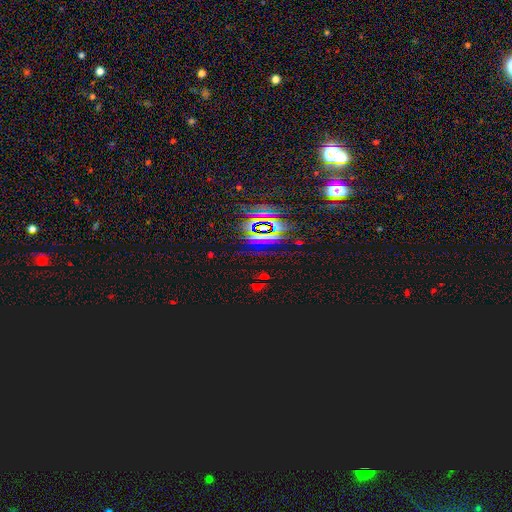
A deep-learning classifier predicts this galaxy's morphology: Q: Smooth or featured?
A: star or artifact (79%); runner-up: smooth (11%)